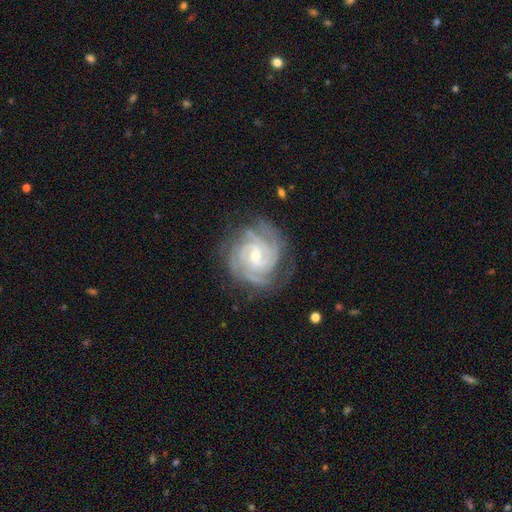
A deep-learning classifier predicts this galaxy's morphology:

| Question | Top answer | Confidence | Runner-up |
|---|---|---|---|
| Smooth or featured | featured or disk | 91% | star or artifact (5%) |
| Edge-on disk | no | 98% | yes (2%) |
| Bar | no | 49% | weak (39%) |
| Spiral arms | yes | 98% | no (2%) |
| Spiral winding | tight | 77% | medium (21%) |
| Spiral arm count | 3 | 30% | 4 (25%) |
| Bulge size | small | 59% | moderate (38%) |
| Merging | none | 77% | minor disturbance (16%) |